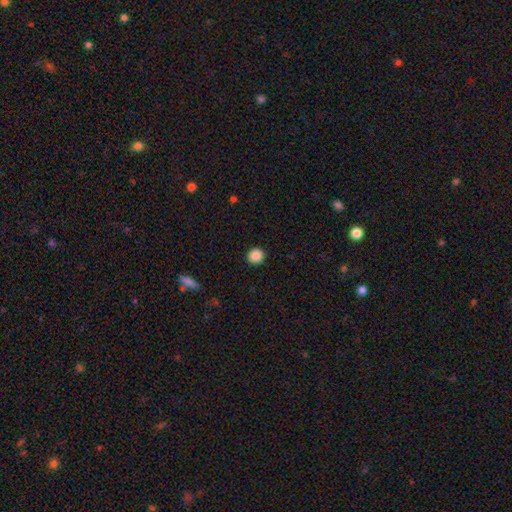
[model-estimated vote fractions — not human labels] Morphology: type=smooth (88%); roundness=round (90%); merging=none (93%).